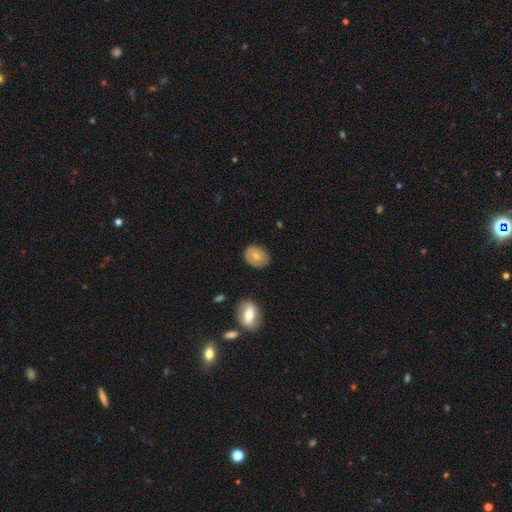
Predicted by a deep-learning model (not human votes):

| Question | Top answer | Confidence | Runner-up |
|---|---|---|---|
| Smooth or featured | smooth | 64% | featured or disk (27%) |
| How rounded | in between | 56% | round (43%) |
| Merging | none | 78% | minor disturbance (17%) |